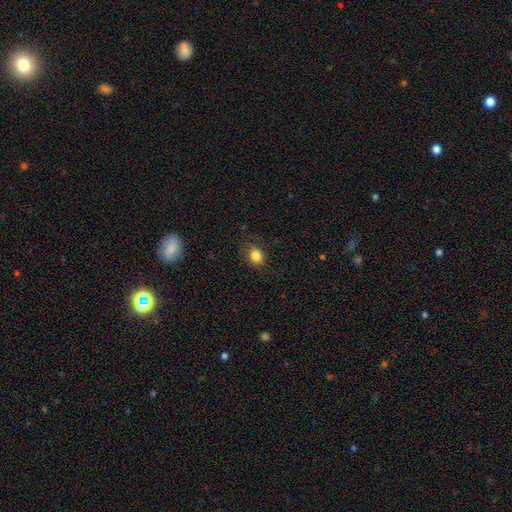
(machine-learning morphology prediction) smooth_or_featured: smooth (p=0.84) [alt: star or artifact p=0.11]
how_rounded: round (p=0.52) [alt: in between p=0.47]
merging: none (p=0.81) [alt: minor disturbance p=0.14]